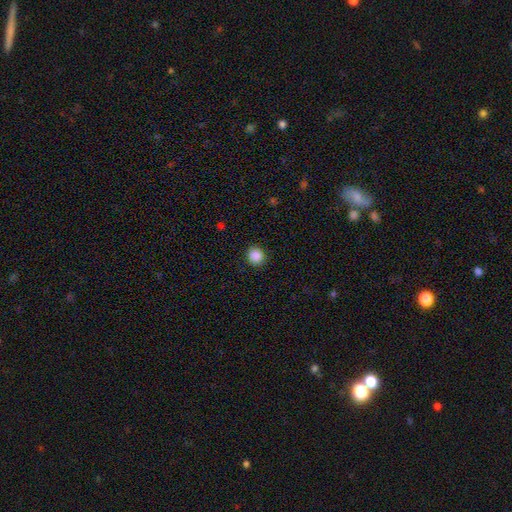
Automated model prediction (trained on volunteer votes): Morphology: type=smooth (88%); roundness=round (89%); merging=none (91%).